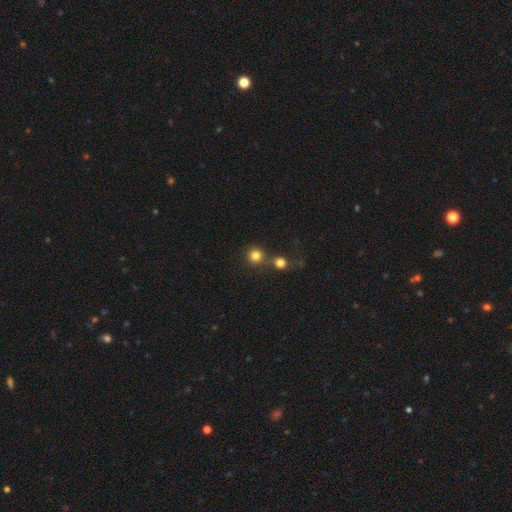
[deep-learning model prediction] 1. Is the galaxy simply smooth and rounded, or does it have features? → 80% smooth, 14% star or artifact, 6% featured or disk.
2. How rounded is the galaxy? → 92% round, 7% in between, 1% cigar-shaped.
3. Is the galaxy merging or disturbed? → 64% none, 26% merger, 7% minor disturbance, 4% major disturbance.